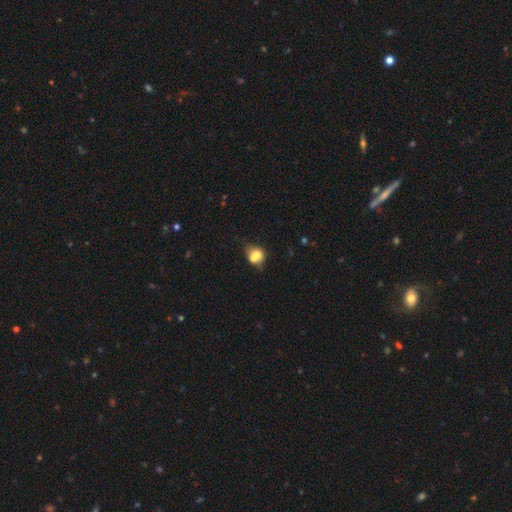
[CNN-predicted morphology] smooth_or_featured: smooth (p=0.71) [alt: featured or disk p=0.19]
how_rounded: round (p=0.61) [alt: in between p=0.38]
merging: merger (p=0.46) [alt: none p=0.35]